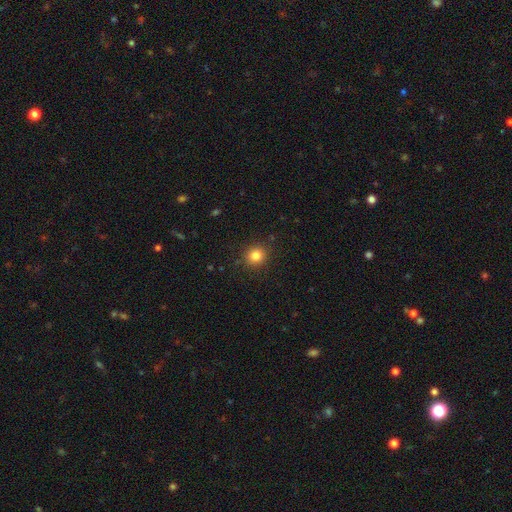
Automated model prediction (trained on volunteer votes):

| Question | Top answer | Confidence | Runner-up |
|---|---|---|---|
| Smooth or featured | smooth | 82% | star or artifact (12%) |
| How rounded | round | 87% | in between (12%) |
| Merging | none | 89% | minor disturbance (7%) |